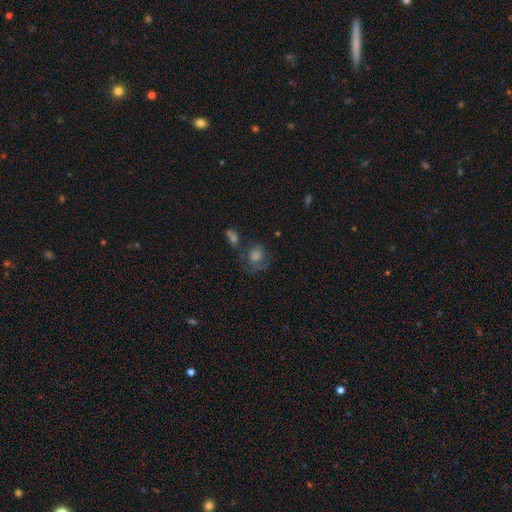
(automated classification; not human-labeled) Morphology: type=smooth (46%); merging=none (48%).